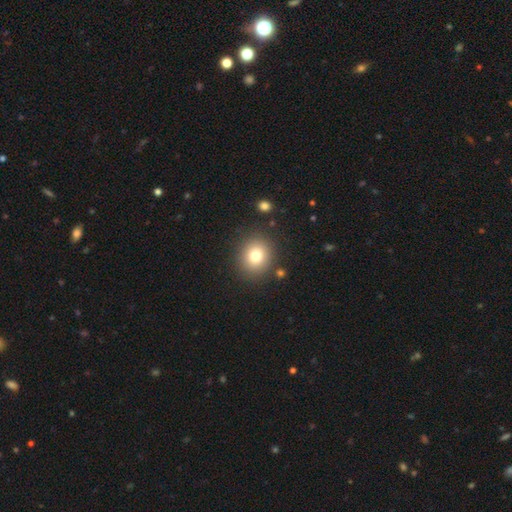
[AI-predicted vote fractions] Q: Smooth or featured?
A: smooth (77%); runner-up: star or artifact (12%)
Q: How rounded?
A: round (78%); runner-up: in between (21%)
Q: Merging?
A: none (87%); runner-up: minor disturbance (8%)